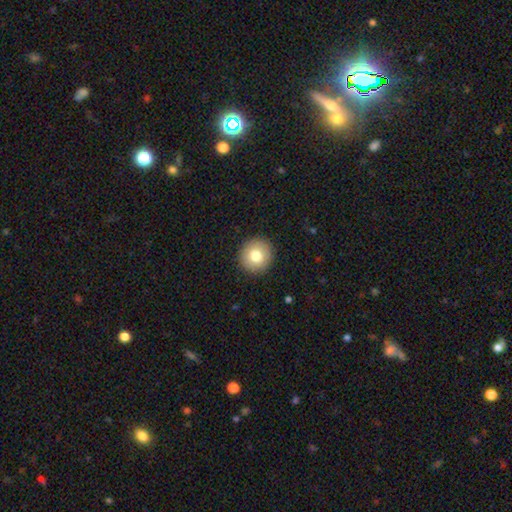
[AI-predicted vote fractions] Smooth or featured: smooth — 77% (featured or disk — 13%)
How rounded: round — 93% (in between — 6%)
Merging: none — 92% (minor disturbance — 5%)